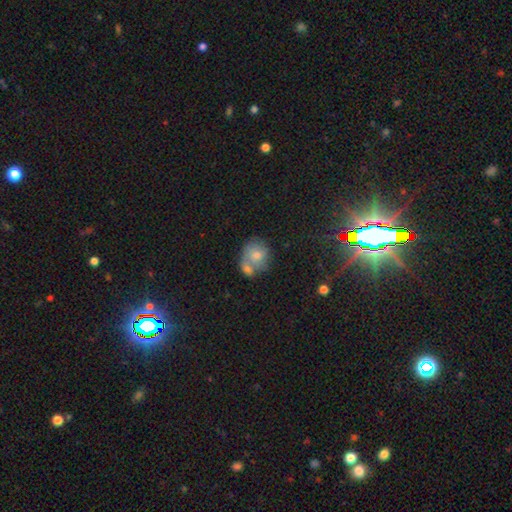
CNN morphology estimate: type=smooth (70%); roundness=round (73%); merging=merger (51%).